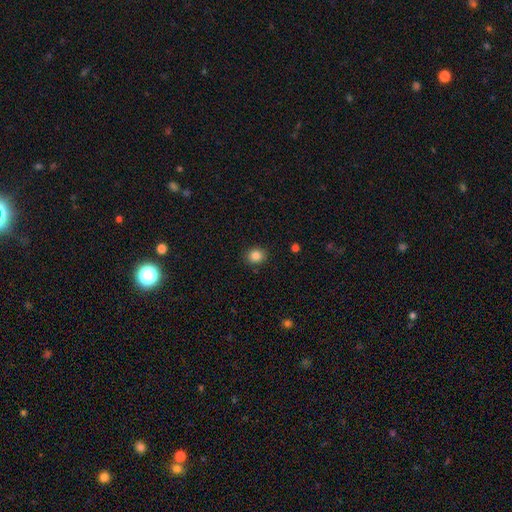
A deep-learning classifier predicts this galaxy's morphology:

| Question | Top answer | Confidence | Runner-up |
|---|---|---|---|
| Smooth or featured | smooth | 85% | star or artifact (10%) |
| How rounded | round | 71% | in between (28%) |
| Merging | none | 87% | minor disturbance (9%) |